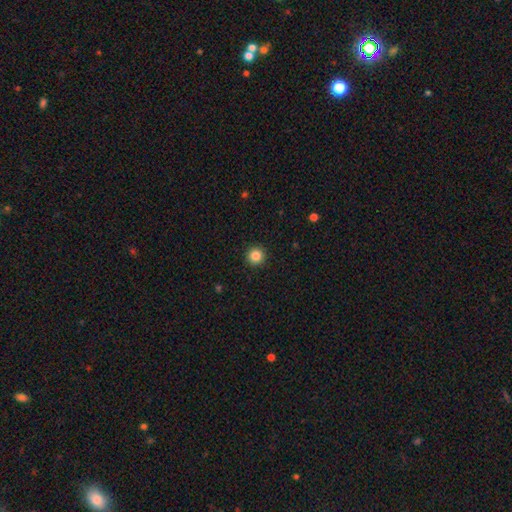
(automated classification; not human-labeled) Morphology: type=smooth (85%); roundness=round (96%); merging=none (93%).